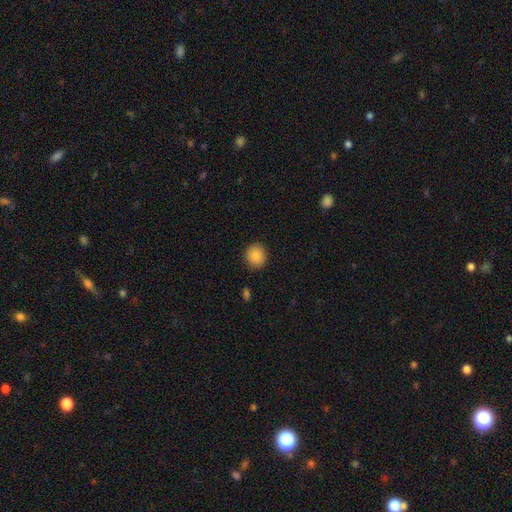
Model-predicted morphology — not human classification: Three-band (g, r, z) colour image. It shows a smooth galaxy with no disk features (86%) that is round (85%). Merging: none (89%).